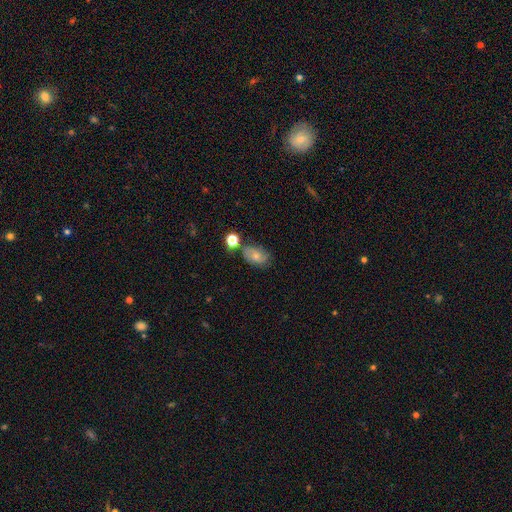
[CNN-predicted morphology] This appears to be a smooth galaxy with no disk features (56%) that is in between round and cigar-shaped (81%). Merging: none (58%).